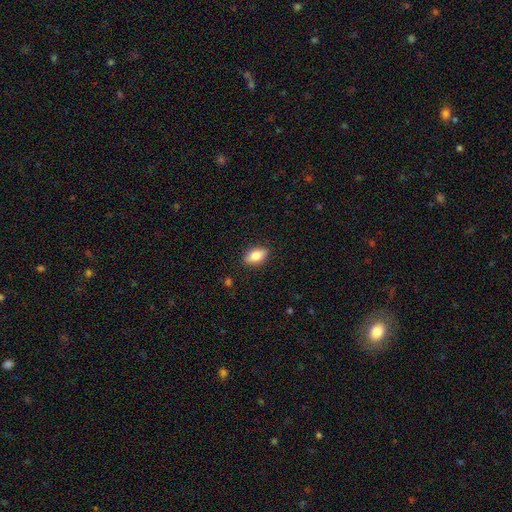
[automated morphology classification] The model was most divided on "smooth or featured": smooth: 83%, featured or disk: 10%, star or artifact: 8%. More confident: how rounded — in between (88%); merging — none (87%).